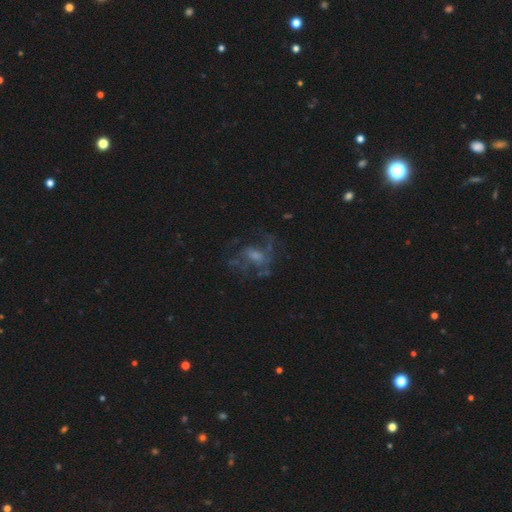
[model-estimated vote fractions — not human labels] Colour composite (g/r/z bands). It shows a featured or disk galaxy (64%) with no bar (56%), spiral arms (64%) and a moderate central bulge (37%). Merging: none (54%).